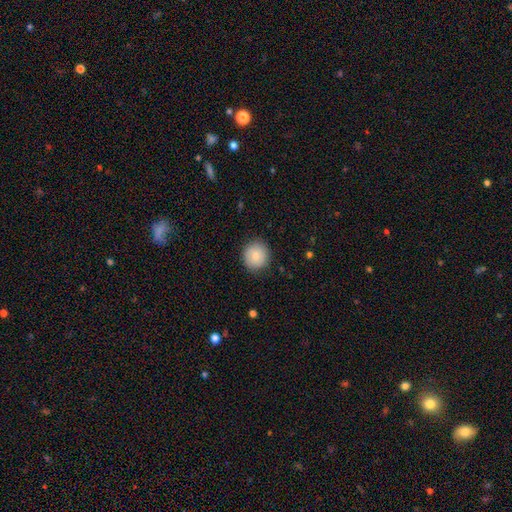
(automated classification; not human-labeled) The model was most divided on "smooth or featured": smooth: 80%, featured or disk: 11%, star or artifact: 8%. More confident: how rounded — round (92%); merging — none (87%).